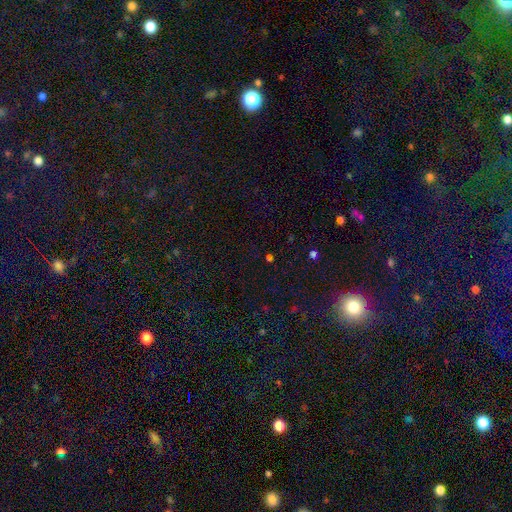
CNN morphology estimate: smooth-or-featured: star or artifact: 61% | smooth: 32% | featured or disk: 7%